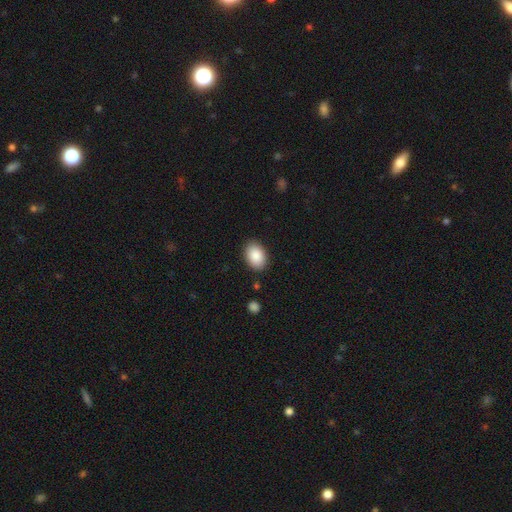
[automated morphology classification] Smooth or featured? Predicted: smooth (p=0.89). How rounded? Predicted: in between (p=0.85). Merging? Predicted: none (p=0.87).